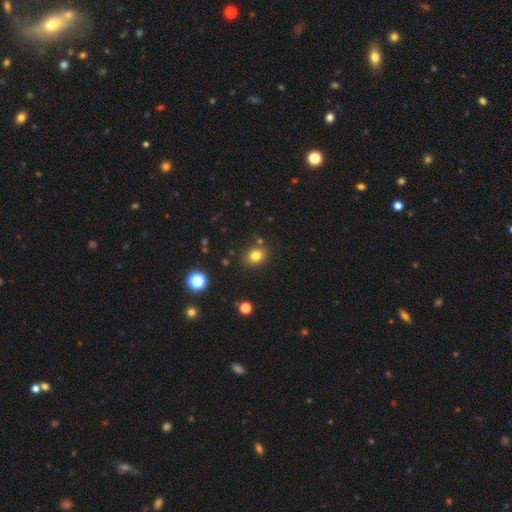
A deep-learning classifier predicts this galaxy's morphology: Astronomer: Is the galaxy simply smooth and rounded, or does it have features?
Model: smooth — 80%.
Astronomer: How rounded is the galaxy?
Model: round — 60% (runner-up: in between, 39%).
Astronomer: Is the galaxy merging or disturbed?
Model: none — 84%.